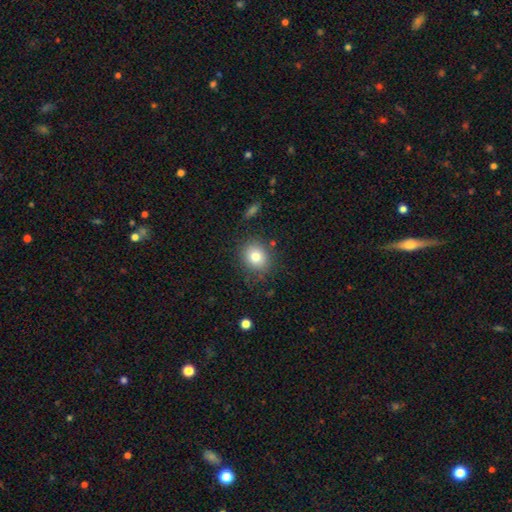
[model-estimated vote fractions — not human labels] Smooth or featured? Predicted: smooth (p=0.81). How rounded? Predicted: round (p=0.69). Merging? Predicted: none (p=0.81).